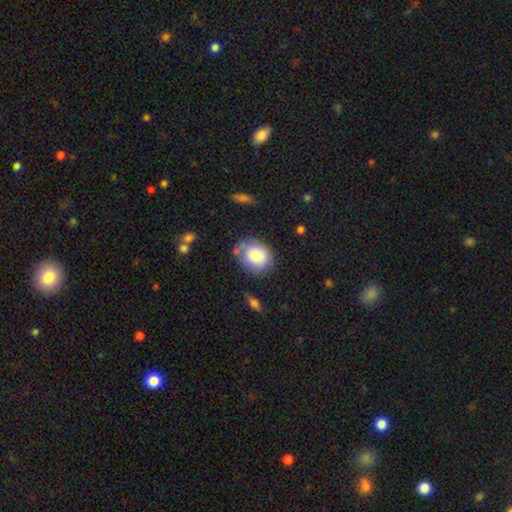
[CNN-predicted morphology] smooth-or-featured: smooth: 76% | featured or disk: 16% | star or artifact: 9%
  how-rounded: round: 67% | in between: 32% | cigar-shaped: 1%
  merging: none: 66% | minor disturbance: 21% | merger: 6% | major disturbance: 6%